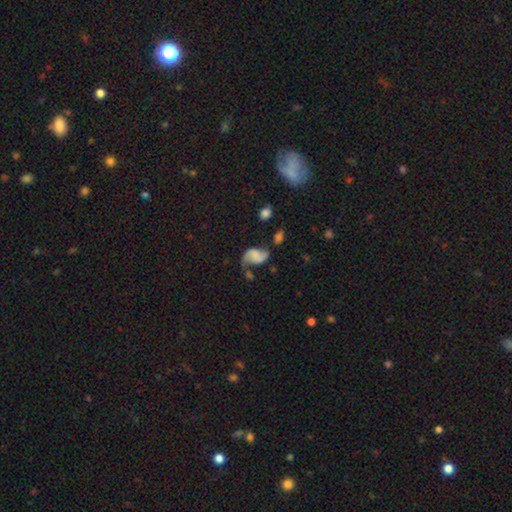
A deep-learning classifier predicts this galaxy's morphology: type=featured or disk (68%); edge-on=no (98%); bar=no (58%); spiral arms=yes (92%); winding=loose (68%); arm count=2 (89%); bulge=none (65%); merging=none (48%).